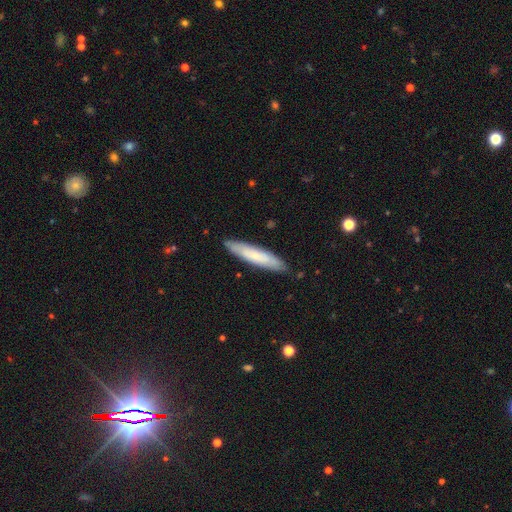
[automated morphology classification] type=smooth (61%); roundness=cigar-shaped (87%); merging=none (87%).